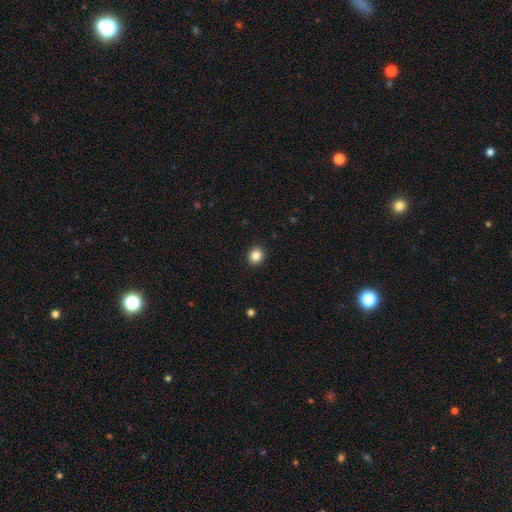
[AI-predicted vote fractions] Morphology: type=smooth (86%); roundness=round (78%); merging=none (92%).